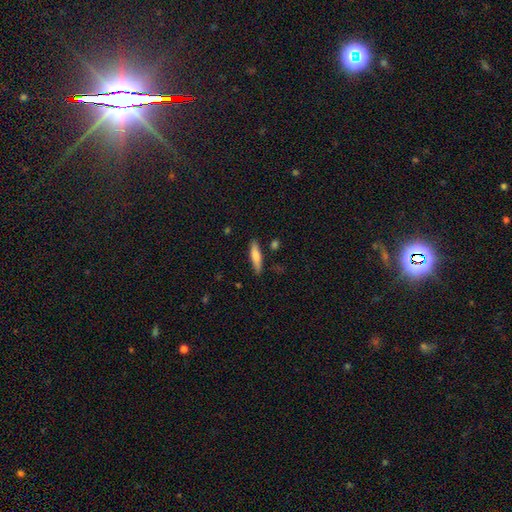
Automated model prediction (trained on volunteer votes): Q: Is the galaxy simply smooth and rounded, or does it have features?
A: smooth — 71%.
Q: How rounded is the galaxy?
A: cigar-shaped — 77%.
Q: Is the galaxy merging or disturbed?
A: none — 80%.